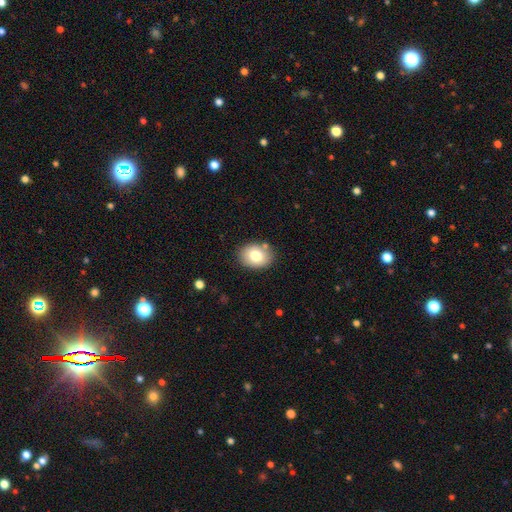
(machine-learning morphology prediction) Smooth or featured? Predicted: smooth (p=0.77). How rounded? Predicted: in between (p=0.60). Merging? Predicted: none (p=0.80).